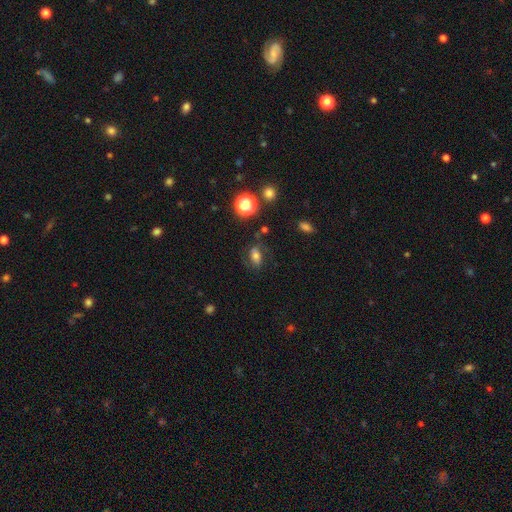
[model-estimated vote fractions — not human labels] Overall: smooth (56%; featured or disk 26%). How rounded: in between (76%). Merging: none (66%).